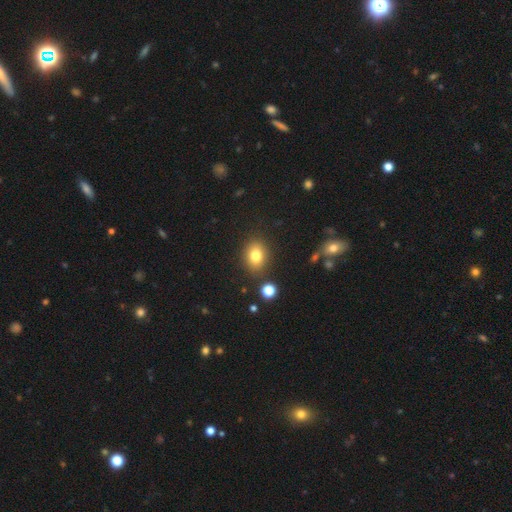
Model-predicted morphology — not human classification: This is likely a smooth galaxy (79%). How rounded: possibly in between (55%). Merging: clearly none (84%).